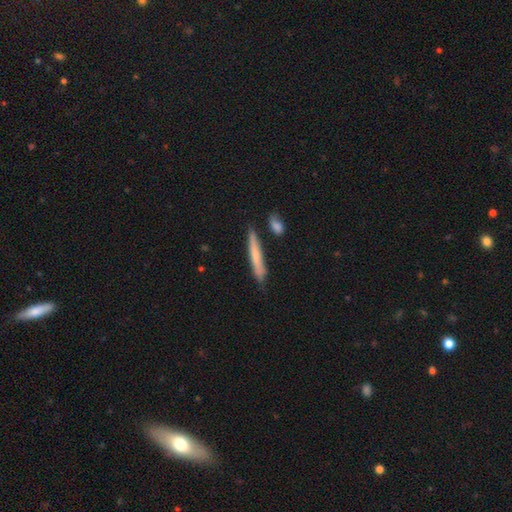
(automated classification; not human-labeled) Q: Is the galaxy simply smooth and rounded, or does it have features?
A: smooth — 61%.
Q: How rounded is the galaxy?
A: cigar-shaped — 94%.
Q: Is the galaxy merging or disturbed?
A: none — 77%.